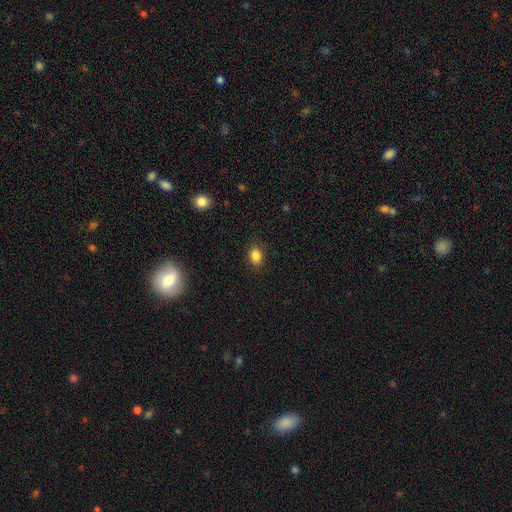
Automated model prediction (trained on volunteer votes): Overall: smooth (85%). How rounded: in between (59%; round 40%). Merging: none (88%).